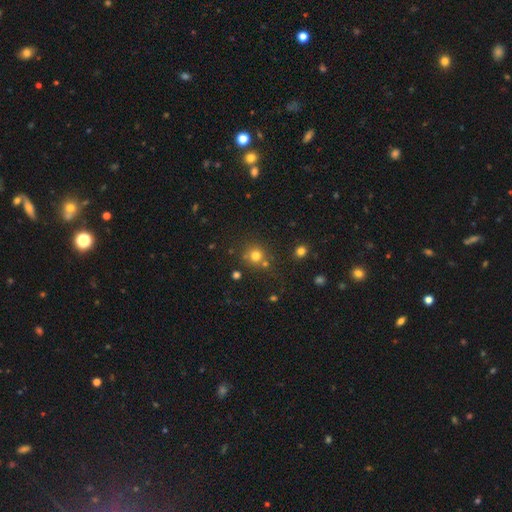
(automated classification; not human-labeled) This is likely a smooth galaxy (73%). How rounded: clearly round (89%). Merging: likely none (69%).